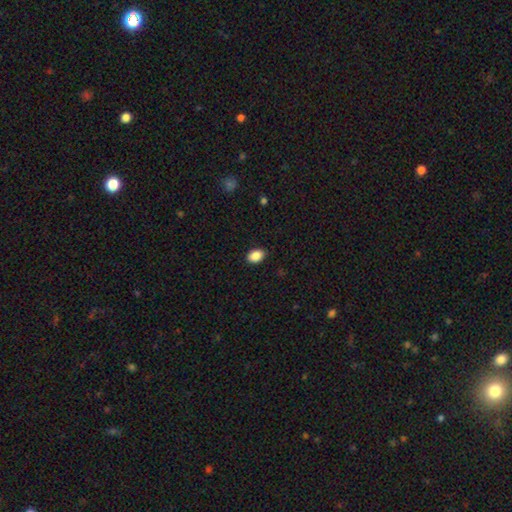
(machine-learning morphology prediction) A smooth galaxy with no disk features (88%) that is in between round and cigar-shaped (84%).

Vote fractions:
- Smooth or featured? smooth: 88% / star or artifact: 8% / featured or disk: 4%
- How rounded? in between: 84% / round: 15% / cigar-shaped: 1%
- Merging? none: 89% / minor disturbance: 8% / major disturbance: 2% / merger: 1%